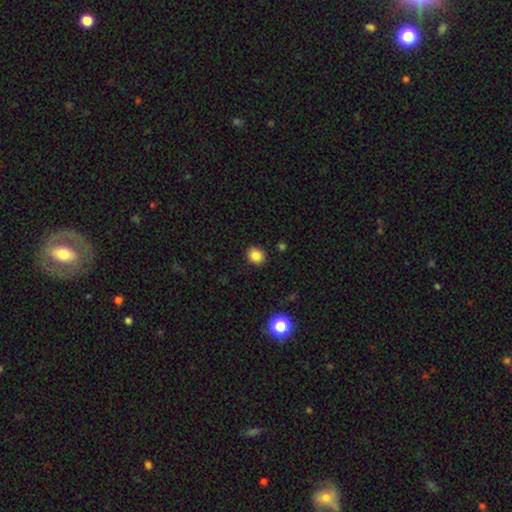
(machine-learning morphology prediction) Smooth or featured? smooth (85%)
How rounded? round (75%)
Merging? none (89%)